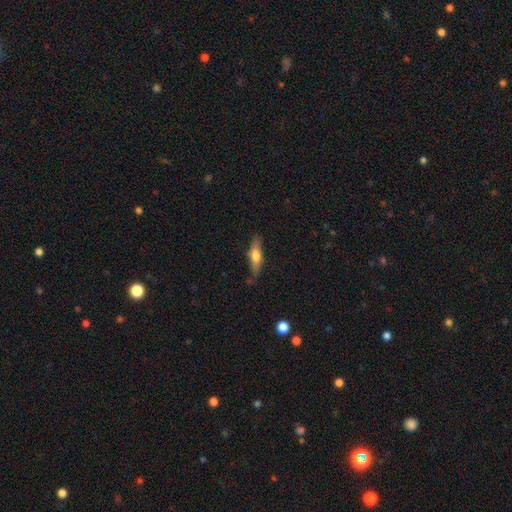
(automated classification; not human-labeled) This is possibly a smooth galaxy (55%). How rounded: likely cigar-shaped (70%). Merging: likely none (78%).